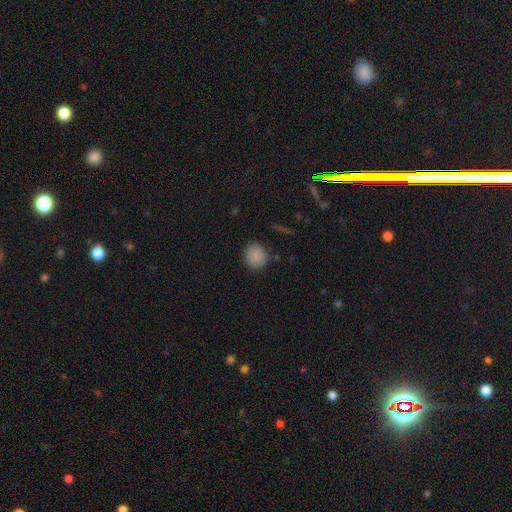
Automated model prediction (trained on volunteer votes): Smooth or featured? Predicted: smooth (p=0.87). How rounded? Predicted: round (p=0.86). Merging? Predicted: none (p=0.86).